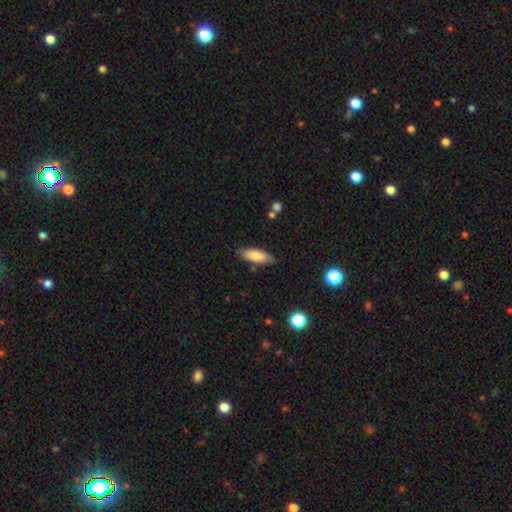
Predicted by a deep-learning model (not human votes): A smooth galaxy with no disk features (77%) that is in between round and cigar-shaped (62%).

Vote fractions:
- Smooth or featured? smooth: 77% / featured or disk: 17% / star or artifact: 7%
- How rounded? in between: 62% / cigar-shaped: 36% / round: 2%
- Merging? none: 83% / minor disturbance: 13% / major disturbance: 2% / merger: 2%